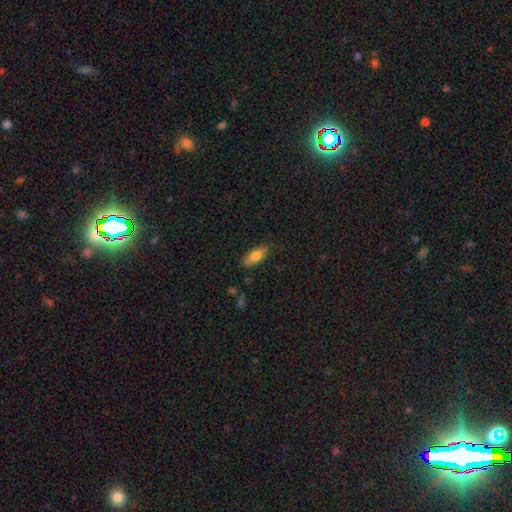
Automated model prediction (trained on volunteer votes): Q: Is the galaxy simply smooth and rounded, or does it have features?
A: smooth — 75%.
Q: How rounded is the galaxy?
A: in between — 76%.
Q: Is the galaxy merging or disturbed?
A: none — 83%.